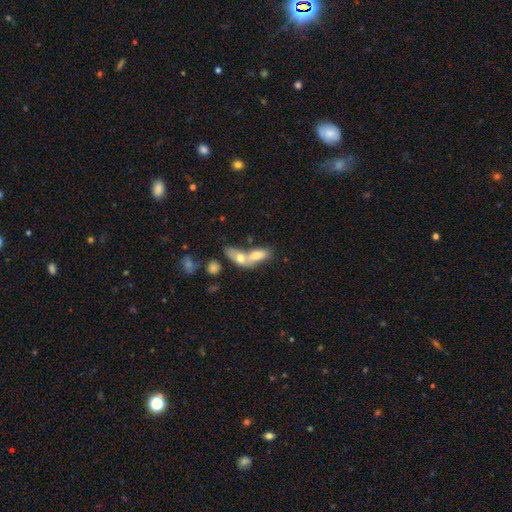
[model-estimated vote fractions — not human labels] Overall: smooth (67%). How rounded: in between (75%). Merging: merger (74%).